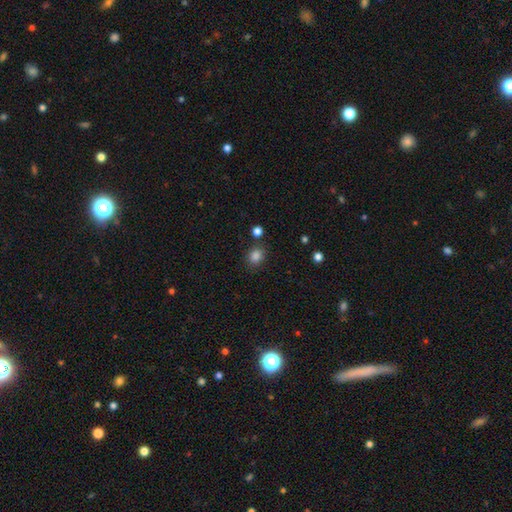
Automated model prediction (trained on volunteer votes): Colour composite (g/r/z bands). It shows a smooth galaxy with no disk features (84%) that is round (61%). Merging: none (79%).